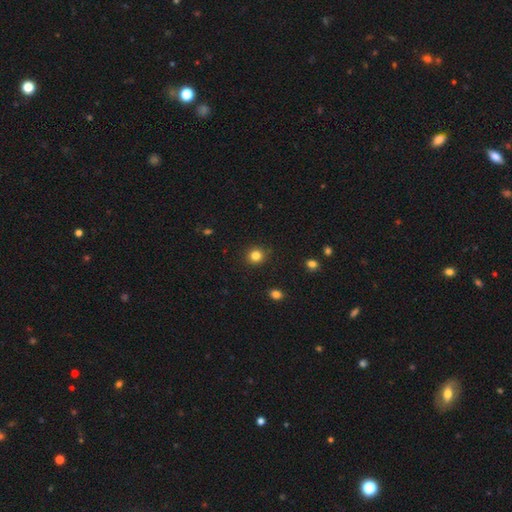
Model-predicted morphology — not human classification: This appears to be a smooth galaxy with no disk features (83%) that is round (89%). Merging: none (90%).